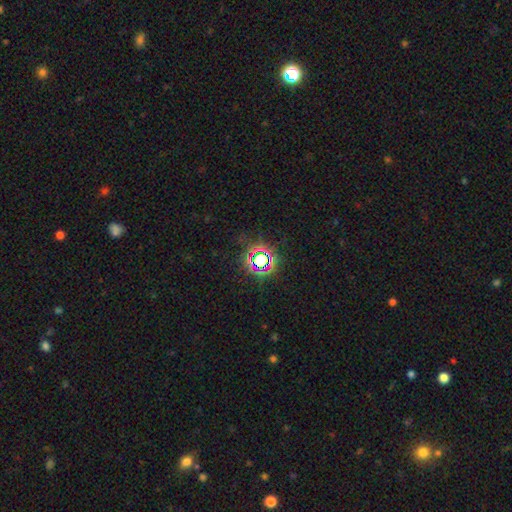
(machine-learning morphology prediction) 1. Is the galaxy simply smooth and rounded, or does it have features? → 72% star or artifact, 18% smooth, 10% featured or disk.